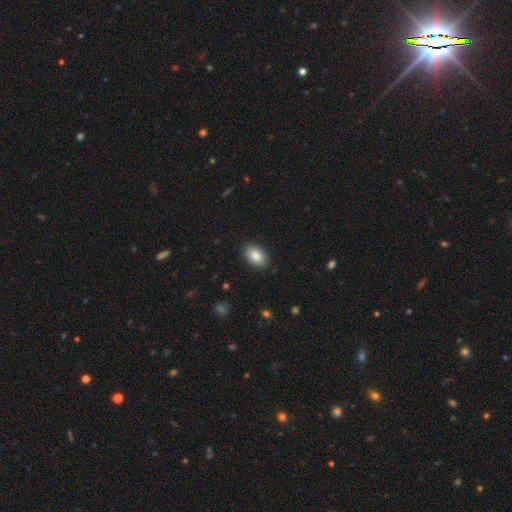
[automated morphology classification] smooth_or_featured: smooth (p=0.87) [alt: star or artifact p=0.07]
how_rounded: in between (p=0.90) [alt: round p=0.09]
merging: none (p=0.89) [alt: minor disturbance p=0.08]